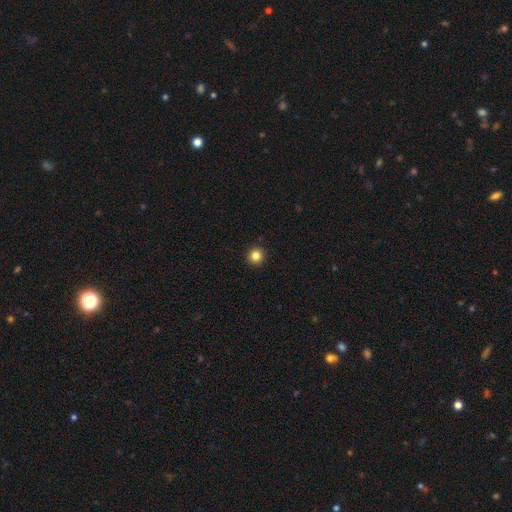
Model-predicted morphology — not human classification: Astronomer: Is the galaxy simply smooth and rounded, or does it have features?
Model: smooth — 84%.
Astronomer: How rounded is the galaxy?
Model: round — 95%.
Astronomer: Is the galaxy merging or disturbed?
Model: none — 93%.